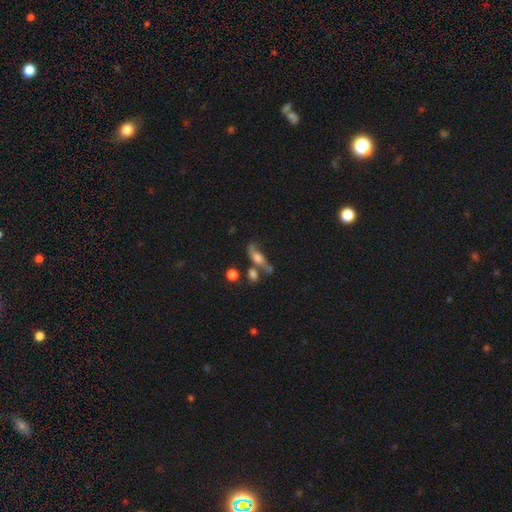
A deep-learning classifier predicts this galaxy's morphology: Q: Smooth or featured?
A: featured or disk (50%); runner-up: smooth (34%)
Q: Edge-on disk?
A: no (67%); runner-up: yes (33%)
Q: Merging?
A: none (41%); runner-up: merger (26%)